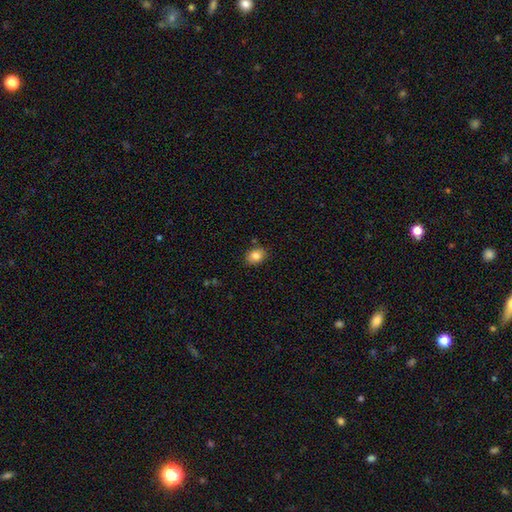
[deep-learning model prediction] A smooth galaxy with no disk features (84%) that is in between round and cigar-shaped (55%).

Vote fractions:
- Smooth or featured? smooth: 84% / star or artifact: 9% / featured or disk: 7%
- How rounded? in between: 55% / round: 44% / cigar-shaped: 1%
- Merging? none: 84% / minor disturbance: 11% / merger: 3% / major disturbance: 2%